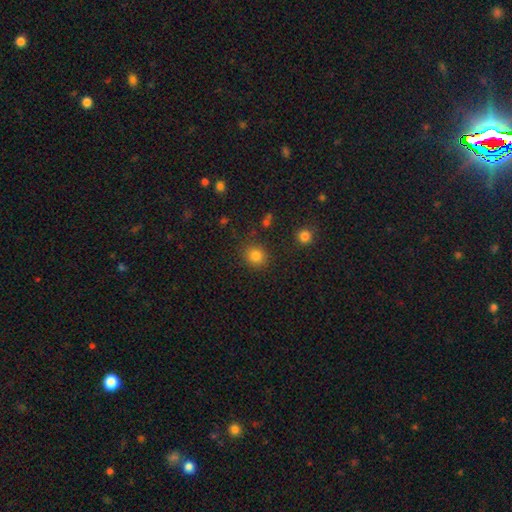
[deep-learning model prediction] Smooth or featured? Predicted: smooth (p=0.83). How rounded? Predicted: round (p=0.85). Merging? Predicted: none (p=0.86).